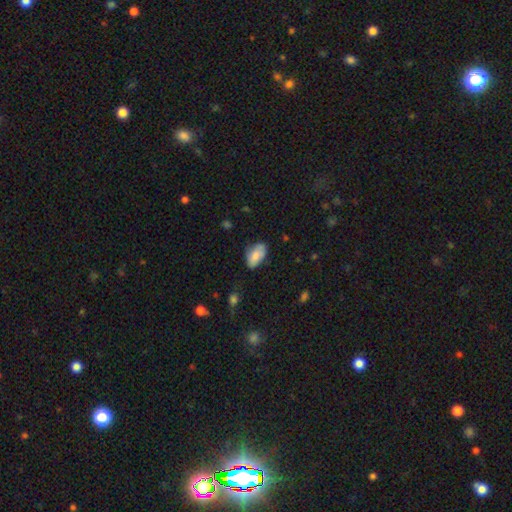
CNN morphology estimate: A smooth galaxy with no disk features (78%) that is in between round and cigar-shaped (93%). Merging: none (58%).